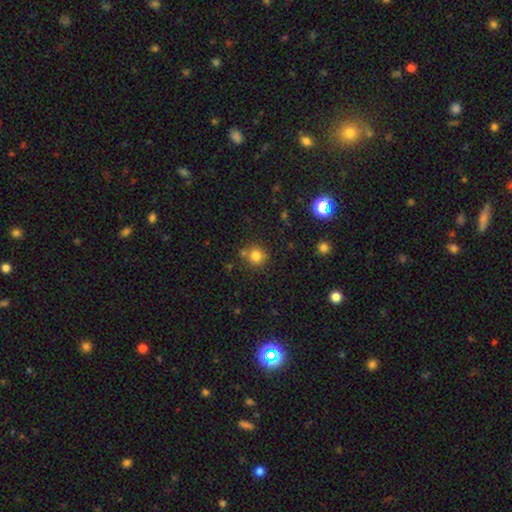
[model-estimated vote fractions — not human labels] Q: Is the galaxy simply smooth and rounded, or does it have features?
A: smooth — 80%.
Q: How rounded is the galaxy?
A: round — 90%.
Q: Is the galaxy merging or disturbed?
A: none — 72%.